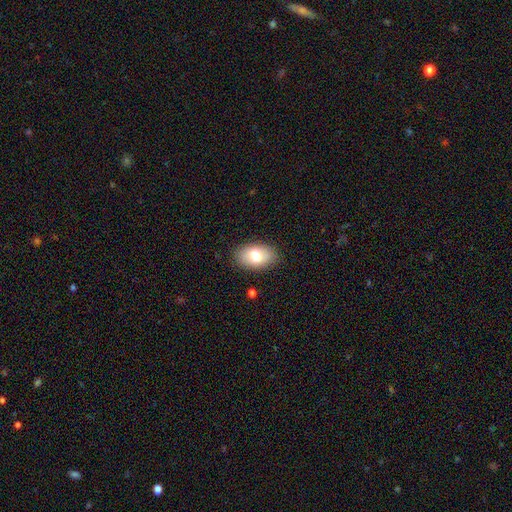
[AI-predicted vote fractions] A smooth galaxy with no disk features (73%) that is in between round and cigar-shaped (90%).

Vote fractions:
- Smooth or featured? smooth: 73% / featured or disk: 19% / star or artifact: 7%
- How rounded? in between: 90% / round: 8% / cigar-shaped: 1%
- Merging? none: 86% / minor disturbance: 10% / major disturbance: 3% / merger: 1%